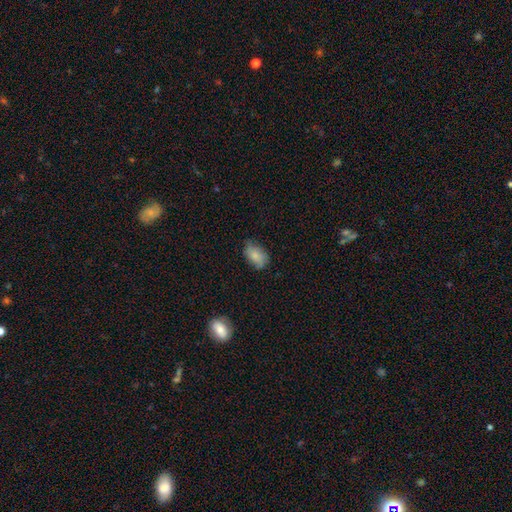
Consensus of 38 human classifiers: A smooth galaxy with no disk features (89%) that is in between round and cigar-shaped (85%).

Vote fractions:
- Smooth or featured? smooth: 89% / star or artifact: 8% / featured or disk: 3%
- How rounded? in between: 85% / round: 12% / cigar-shaped: 3%
- Merging? none: 60% / minor disturbance: 26% / major disturbance: 11% / merger: 3%